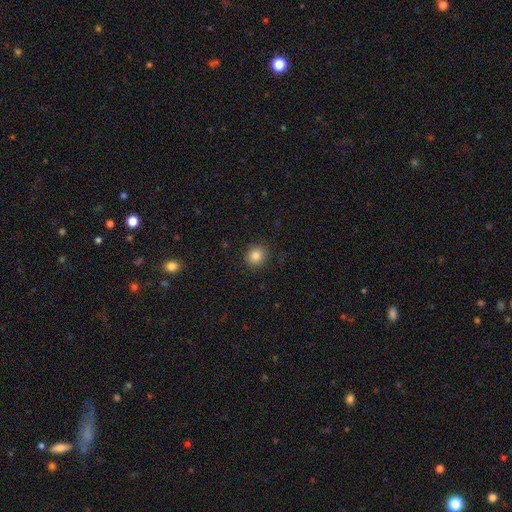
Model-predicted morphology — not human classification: Overall: smooth (84%). How rounded: round (88%). Merging: none (90%).